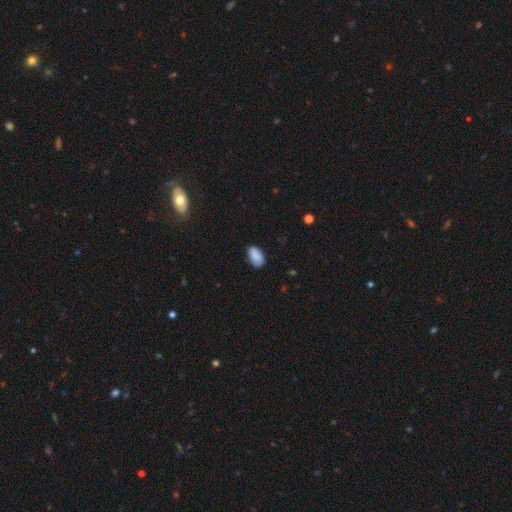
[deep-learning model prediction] Smooth or featured? smooth (88%)
How rounded? in between (94%)
Merging? none (80%)